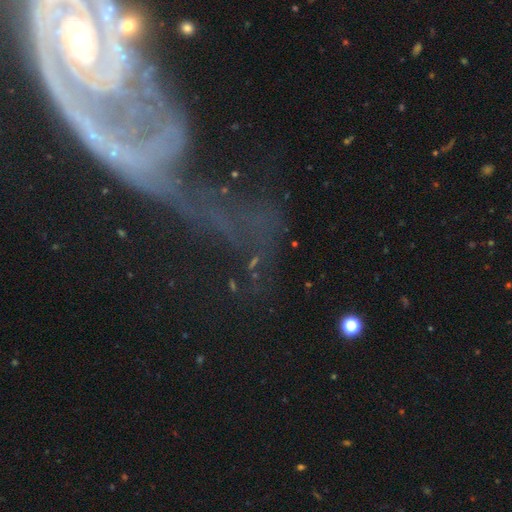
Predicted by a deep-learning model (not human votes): A featured or disk galaxy (52%). Merging: major disturbance (39%).